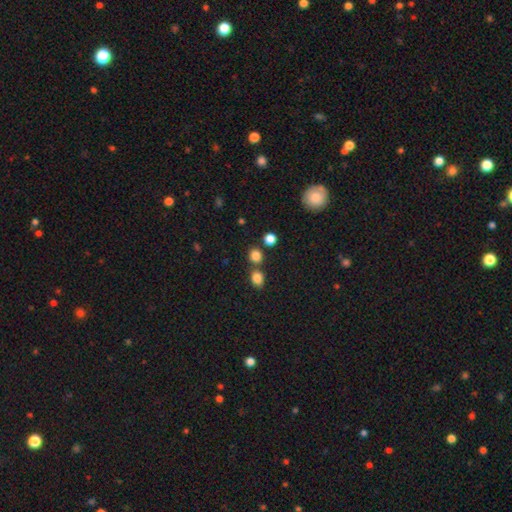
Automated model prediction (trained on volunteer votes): Overall: smooth (81%). How rounded: round (81%). Merging: none (67%).